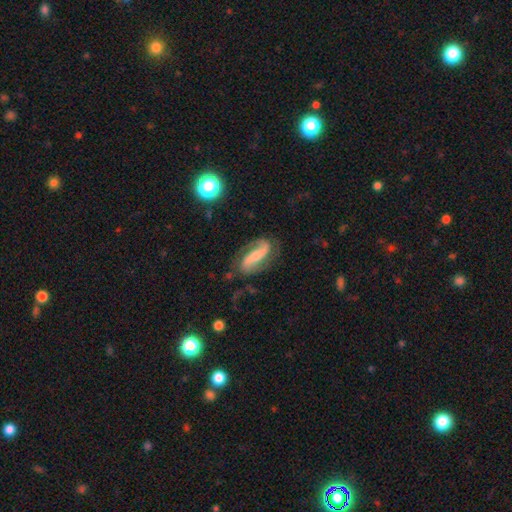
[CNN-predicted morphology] The model was most divided on "spiral winding": loose: 48%, medium: 37%, tight: 15%. Remaining: spiral arms — yes (94%); edge-on disk — no (93%); spiral arm count — 2 (89%); smooth or featured — featured or disk (80%); merging — none (73%); bulge size — small (50%); bar — strong (48%).